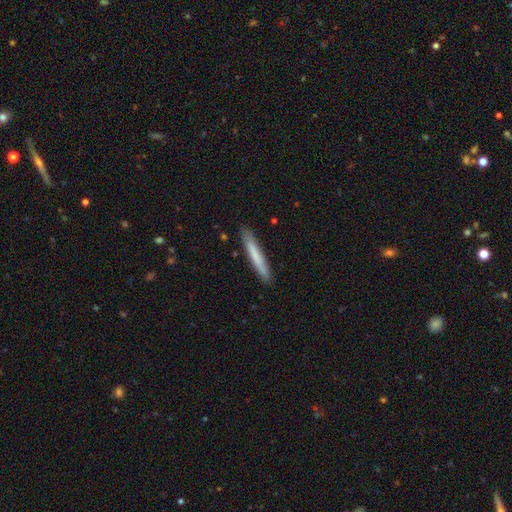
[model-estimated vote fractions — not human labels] A smooth galaxy with no disk features (71%) that is cigar-shaped (96%).

Vote fractions:
- Smooth or featured? smooth: 71% / featured or disk: 23% / star or artifact: 6%
- How rounded? cigar-shaped: 96% / in between: 3% / round: 1%
- Merging? none: 89% / minor disturbance: 8% / major disturbance: 1% / merger: 1%